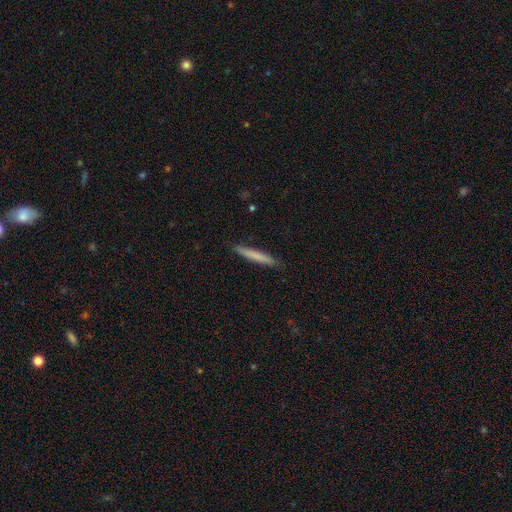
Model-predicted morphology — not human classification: Smooth or featured? smooth (74%)
How rounded? cigar-shaped (96%)
Merging? none (89%)